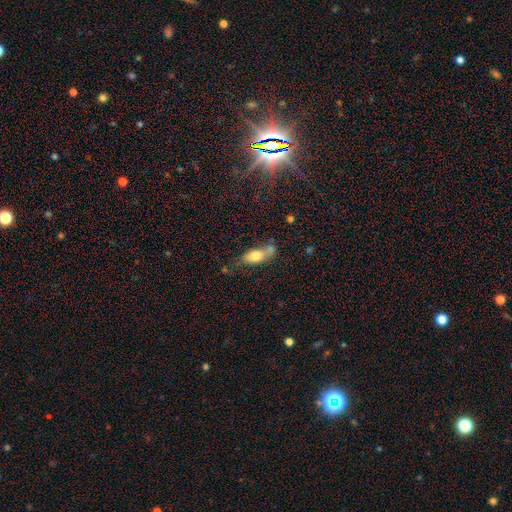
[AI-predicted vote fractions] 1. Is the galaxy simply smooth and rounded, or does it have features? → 70% smooth, 22% featured or disk, 8% star or artifact.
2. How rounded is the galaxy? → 75% in between, 20% cigar-shaped, 5% round.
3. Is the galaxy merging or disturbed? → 44% none, 24% minor disturbance, 23% merger, 9% major disturbance.